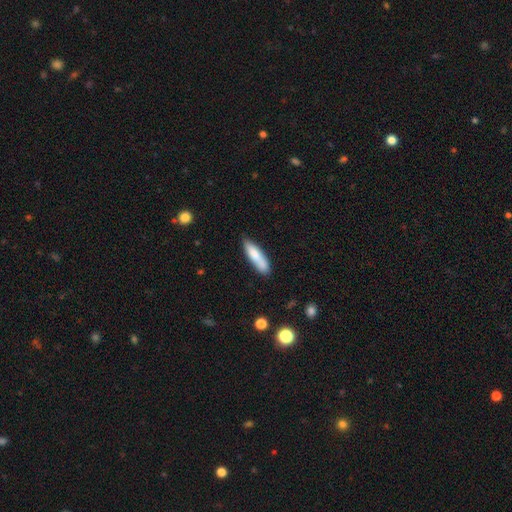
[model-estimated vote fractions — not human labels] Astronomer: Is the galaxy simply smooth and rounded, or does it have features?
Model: smooth — 77%.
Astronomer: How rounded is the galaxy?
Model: cigar-shaped — 66%.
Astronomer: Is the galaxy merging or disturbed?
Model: none — 69%.